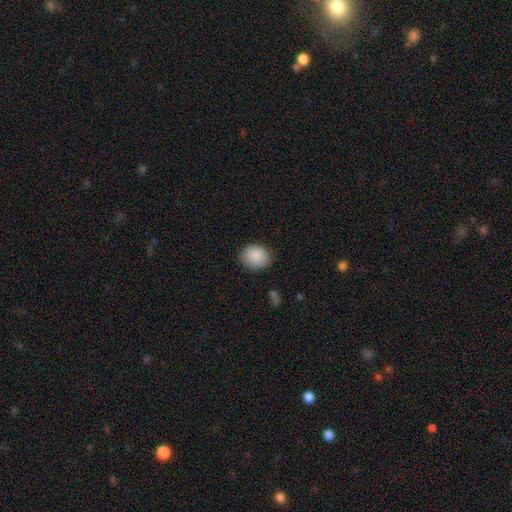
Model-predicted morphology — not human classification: This is clearly a smooth galaxy (88%). How rounded: likely round (63%). Merging: clearly none (86%).